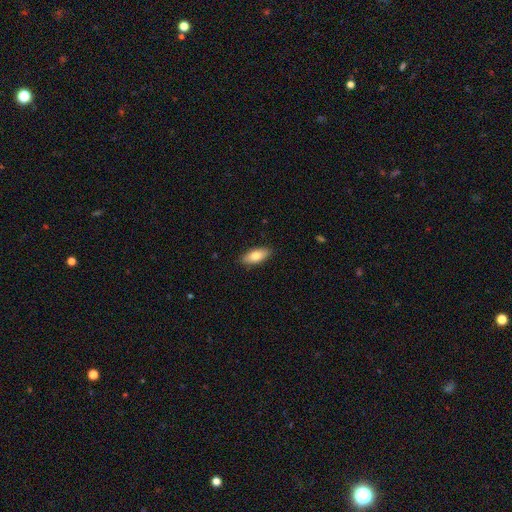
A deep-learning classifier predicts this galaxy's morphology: A smooth galaxy with no disk features (78%) that is in between round and cigar-shaped (84%).

Vote fractions:
- Smooth or featured? smooth: 78% / featured or disk: 15% / star or artifact: 6%
- How rounded? in between: 84% / cigar-shaped: 13% / round: 3%
- Merging? none: 88% / minor disturbance: 9% / major disturbance: 2% / merger: 1%